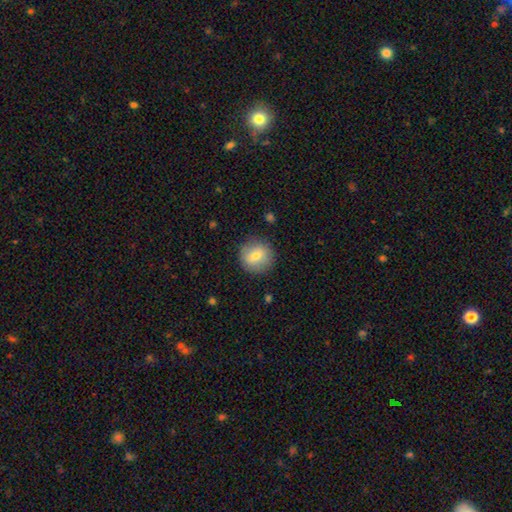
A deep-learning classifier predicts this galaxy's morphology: Smooth or featured?
  - smooth: 71% *
  - featured or disk: 21%
  - star or artifact: 8%
How rounded?
  - round: 92% *
  - in between: 7%
  - cigar-shaped: 1%
Merging?
  - none: 86% *
  - minor disturbance: 9%
  - major disturbance: 3%
  - merger: 1%